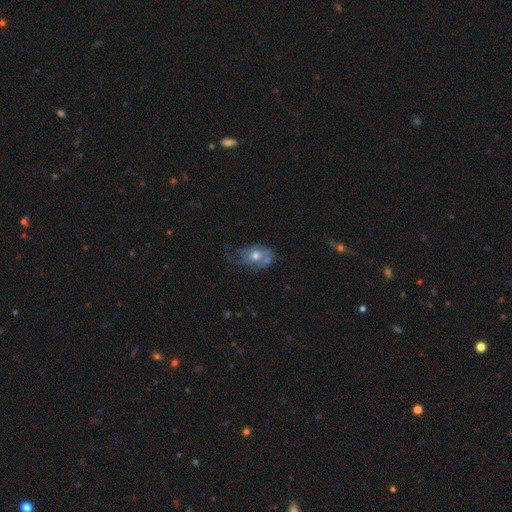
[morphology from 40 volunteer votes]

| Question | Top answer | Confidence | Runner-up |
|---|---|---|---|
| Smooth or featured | smooth | 45% | tied: featured or disk (45%) |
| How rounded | in between | 72% | round (28%) |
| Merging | minor disturbance | 28% | tied: major disturbance (28%) |